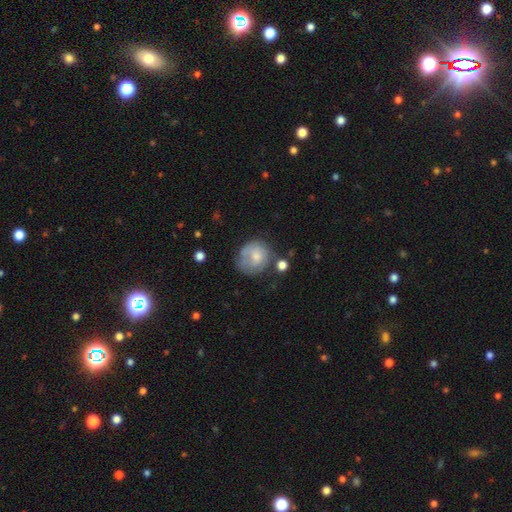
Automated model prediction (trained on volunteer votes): smooth 55%, featured or disk 38%, star or artifact 7%. Down the decision tree: how rounded — round (81%); merging — none (50%).